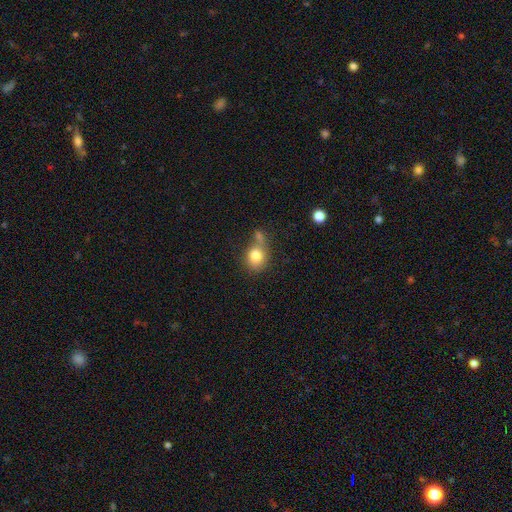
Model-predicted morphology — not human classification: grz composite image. It shows a smooth galaxy with no disk features (81%) that is round (65%). Merging: none (45%).